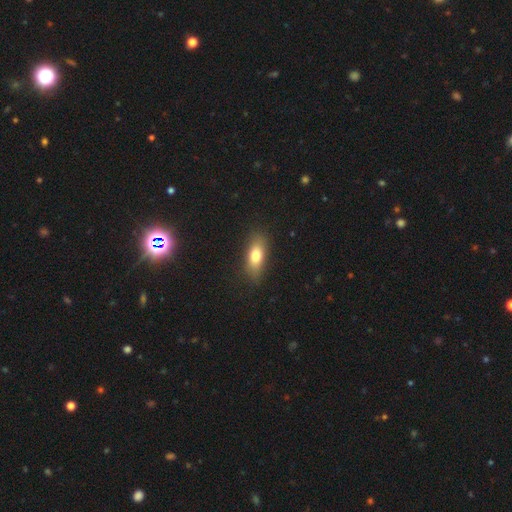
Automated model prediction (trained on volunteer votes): Q: Smooth or featured?
A: smooth (76%); runner-up: featured or disk (16%)
Q: How rounded?
A: in between (76%); runner-up: cigar-shaped (18%)
Q: Merging?
A: none (83%); runner-up: minor disturbance (12%)